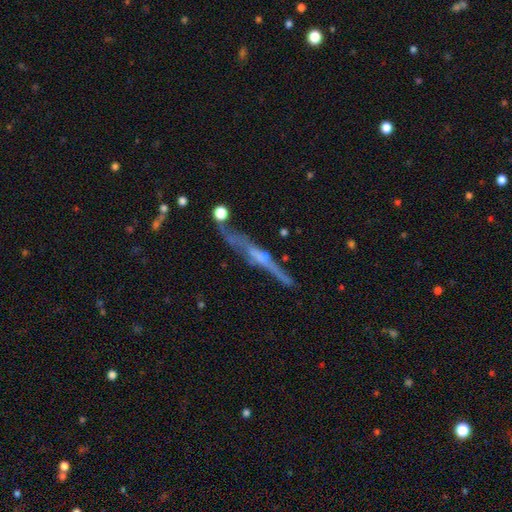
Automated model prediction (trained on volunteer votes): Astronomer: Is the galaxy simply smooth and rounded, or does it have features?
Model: featured or disk — 73%.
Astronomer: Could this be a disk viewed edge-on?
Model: yes — 92%.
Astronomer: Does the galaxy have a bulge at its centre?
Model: rounded — 60%.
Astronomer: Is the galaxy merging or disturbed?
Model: none — 72%.